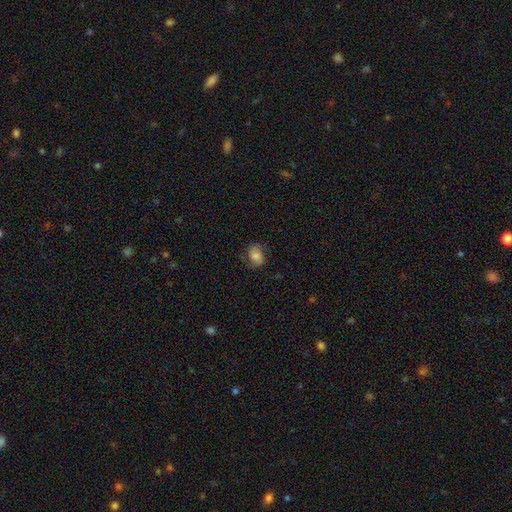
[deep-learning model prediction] Smooth or featured? Predicted: smooth (p=0.63). How rounded? Predicted: in between (p=0.58). Merging? Predicted: none (p=0.66).